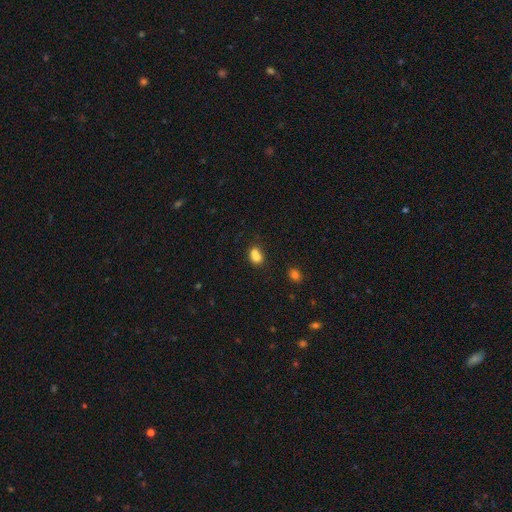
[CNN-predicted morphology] Smooth or featured: smooth — 74% (featured or disk — 14%)
How rounded: round — 55% (in between — 44%)
Merging: merger — 59% (none — 28%)